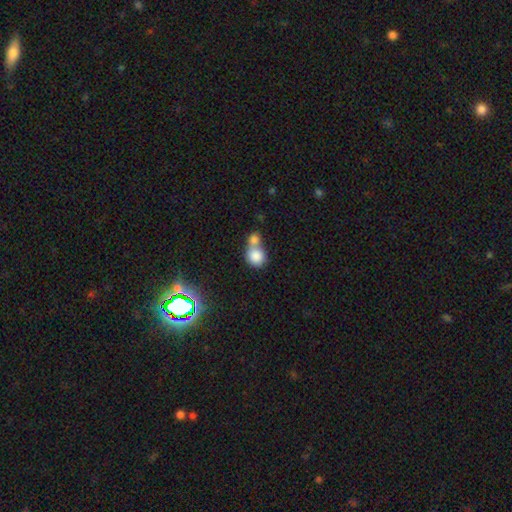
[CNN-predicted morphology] This appears to be a smooth galaxy with no disk features (82%) that is round (79%). Merging: merger (61%).